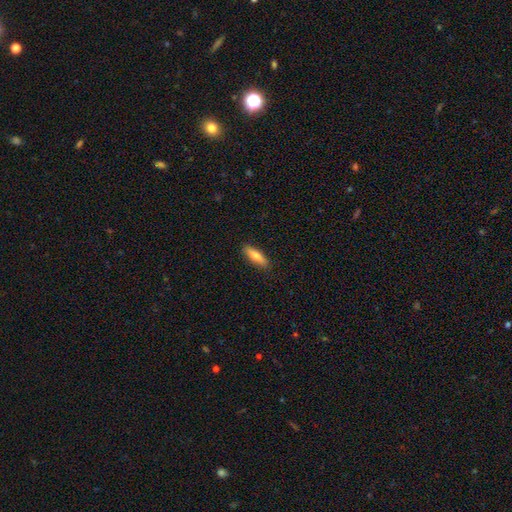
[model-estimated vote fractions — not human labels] smooth 77%, featured or disk 17%, star or artifact 6%. Down the decision tree: how rounded — cigar-shaped (56%); merging — none (88%).